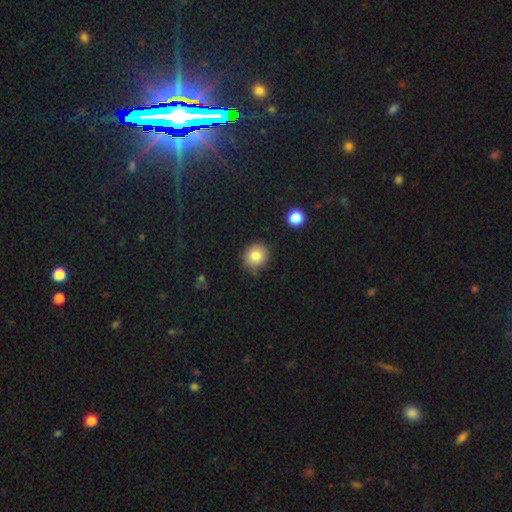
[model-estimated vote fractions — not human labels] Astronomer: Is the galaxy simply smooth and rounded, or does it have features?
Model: smooth — 82%.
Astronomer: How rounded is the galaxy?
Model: round — 80%.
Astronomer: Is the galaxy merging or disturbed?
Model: none — 82%.